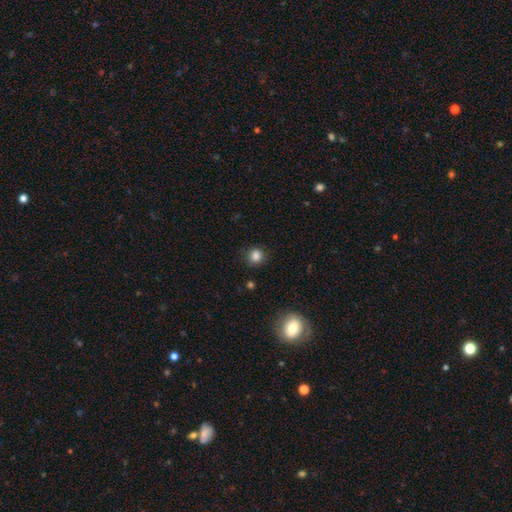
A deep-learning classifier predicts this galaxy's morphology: type=smooth (83%); roundness=round (82%); merging=none (83%).